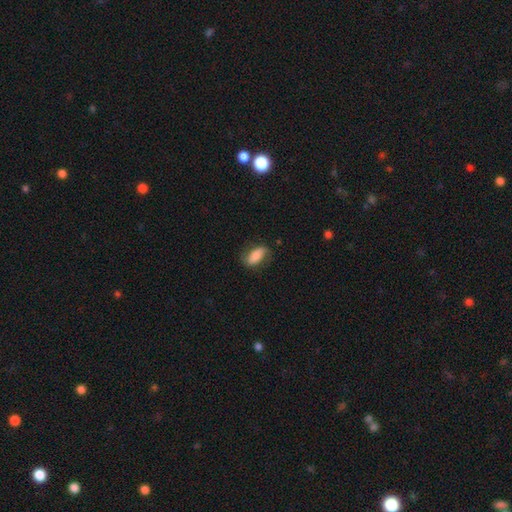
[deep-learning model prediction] Smooth or featured? smooth (69%)
How rounded? in between (85%)
Merging? none (70%)